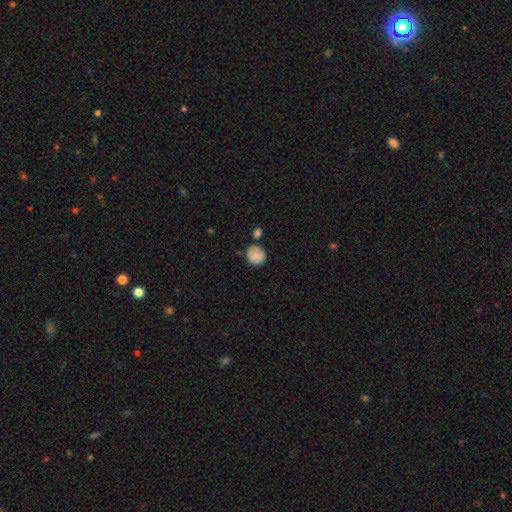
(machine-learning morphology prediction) The model was most divided on "merging": none: 59%, minor disturbance: 22%, merger: 13%, major disturbance: 6%. More confident: how rounded — round (82%); smooth or featured — smooth (81%).